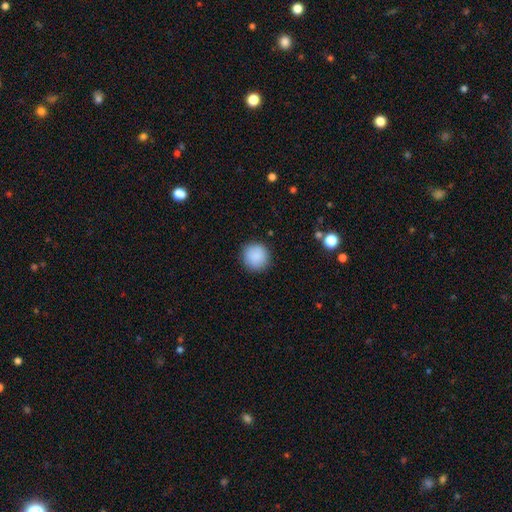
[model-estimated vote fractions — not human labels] The model was most divided on "smooth or featured": smooth: 89%, star or artifact: 8%, featured or disk: 4%. More confident: how rounded — round (94%); merging — none (90%).